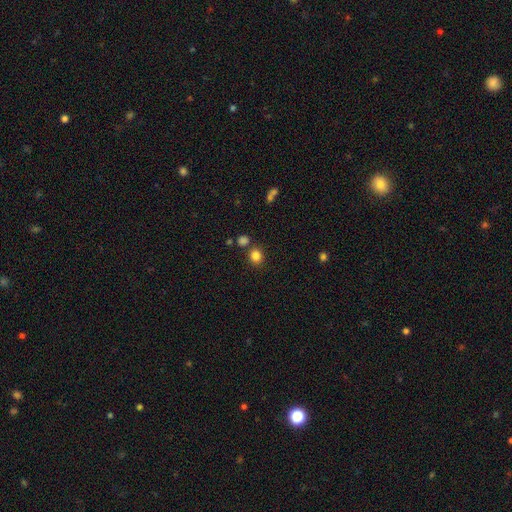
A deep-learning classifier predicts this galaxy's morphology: Smooth or featured? Predicted: smooth (p=0.83). How rounded? Predicted: round (p=0.78). Merging? Predicted: none (p=0.79).